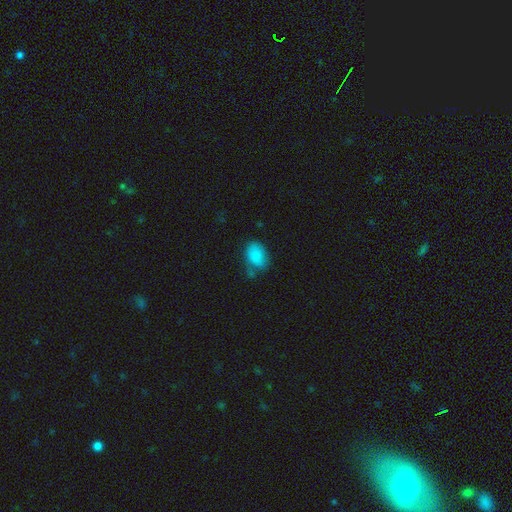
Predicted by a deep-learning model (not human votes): Overall: smooth (85%). How rounded: in between (83%). Merging: none (57%; minor disturbance 27%).